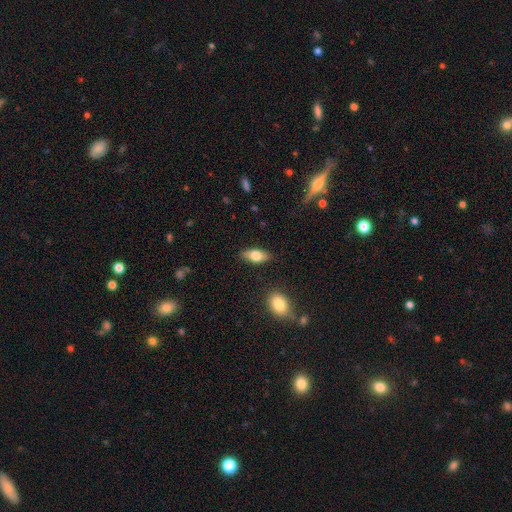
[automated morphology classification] smooth-or-featured: smooth: 72% | featured or disk: 21% | star or artifact: 7%
  how-rounded: in between: 84% | cigar-shaped: 12% | round: 4%
  merging: none: 86% | minor disturbance: 10% | major disturbance: 2% | merger: 2%